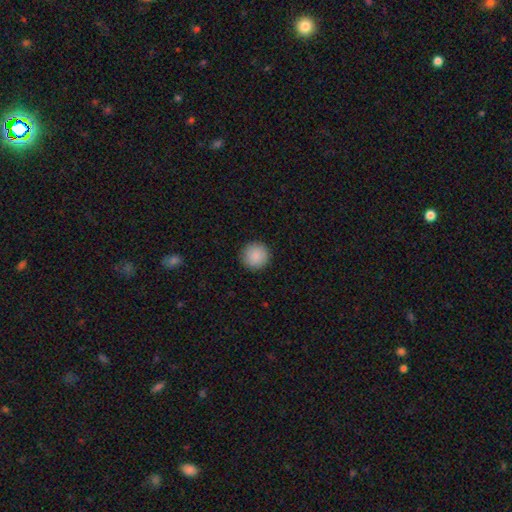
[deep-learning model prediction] Overall: smooth (90%). How rounded: round (96%). Merging: none (93%).